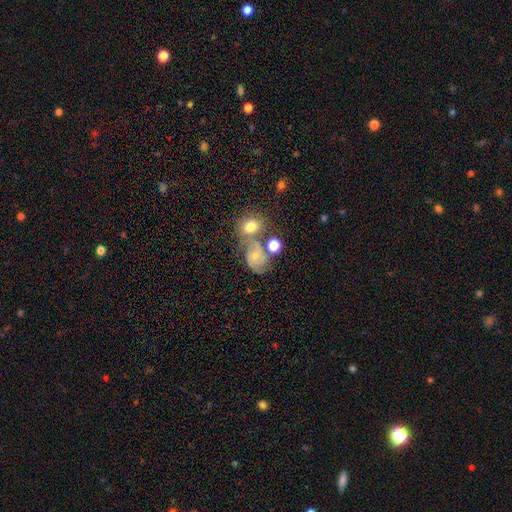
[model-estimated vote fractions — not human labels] This appears to be a featured or disk galaxy (56%) with no bar (72%), spiral arms (88%) and a small central bulge (61%). Merging: none (43%).